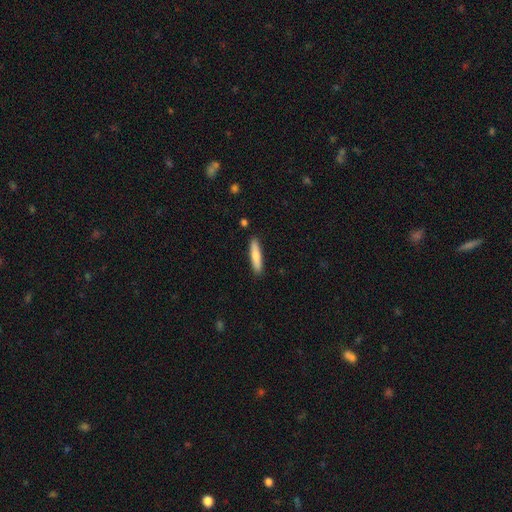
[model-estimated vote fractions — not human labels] Overall: smooth (75%). How rounded: cigar-shaped (85%). Merging: none (90%).